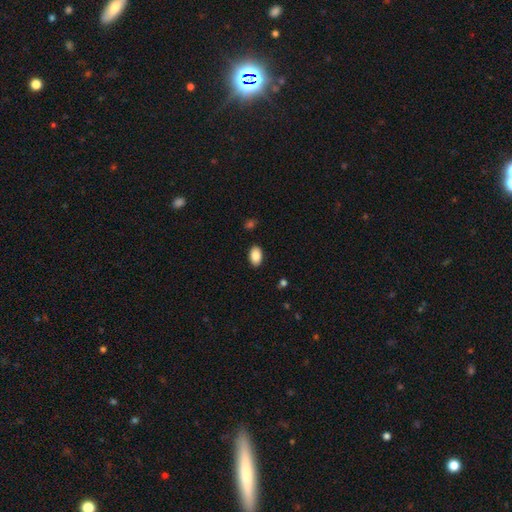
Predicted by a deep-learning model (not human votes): Morphology: type=smooth (89%); roundness=in between (91%); merging=none (88%).